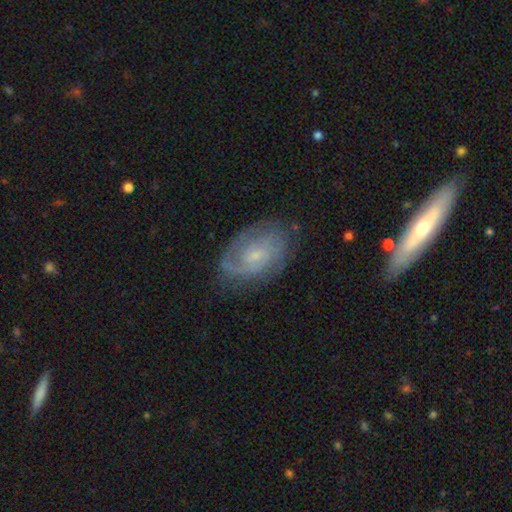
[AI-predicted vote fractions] smooth-or-featured: featured or disk: 77% | smooth: 16% | star or artifact: 6%
  disk-edge-on: no: 97% | yes: 3%
    bar: no: 54% | weak: 40% | strong: 6%
    has-spiral-arms: yes: 92% | no: 8%
      spiral-winding: tight: 50% | medium: 38% | loose: 12%
      spiral-arm-count: 2: 50% | can't tell: 25% | 1: 11% | 3: 9% | 4: 3% | more than 4: 3%
    bulge-size: small: 71% | moderate: 19% | none: 7% | large: 1% | dominant: 1%
  merging: none: 72% | minor disturbance: 19% | major disturbance: 7% | merger: 1%